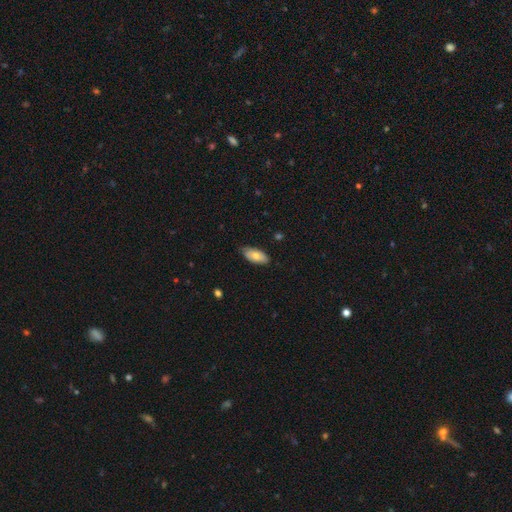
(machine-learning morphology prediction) Overall: smooth (69%). How rounded: in between (91%). Merging: none (75%).